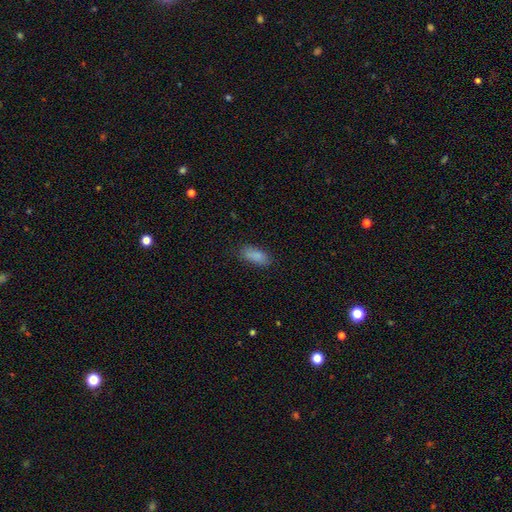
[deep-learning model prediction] Q: Smooth or featured?
A: smooth (86%); runner-up: star or artifact (8%)
Q: How rounded?
A: in between (78%); runner-up: cigar-shaped (20%)
Q: Merging?
A: none (79%); runner-up: minor disturbance (15%)